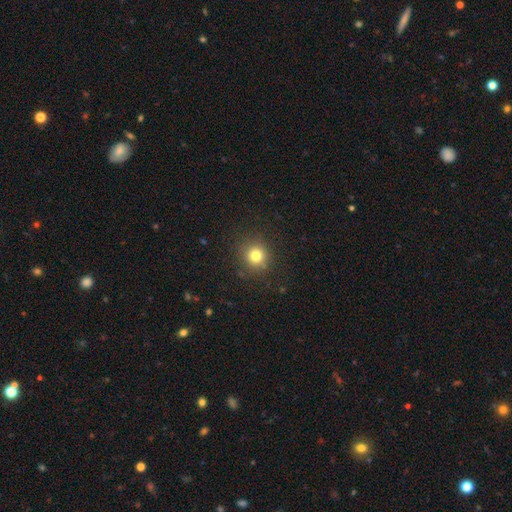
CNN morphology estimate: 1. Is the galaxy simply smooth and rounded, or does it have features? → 78% smooth, 15% star or artifact, 7% featured or disk.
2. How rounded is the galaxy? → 92% round, 7% in between, 1% cigar-shaped.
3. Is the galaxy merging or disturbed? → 88% none, 8% minor disturbance, 3% major disturbance, 1% merger.